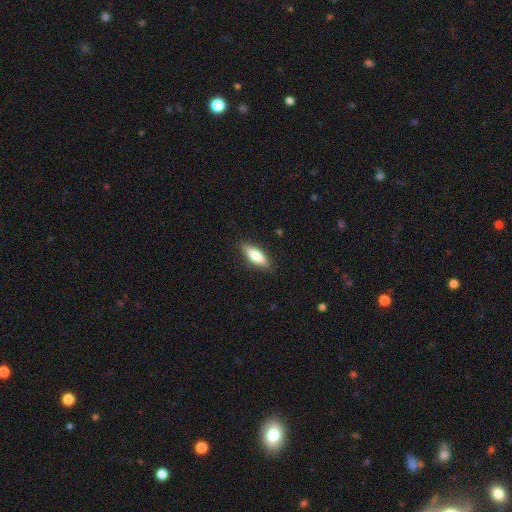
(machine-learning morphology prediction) A smooth galaxy with no disk features (76%) that is in between round and cigar-shaped (58%).

Vote fractions:
- Smooth or featured? smooth: 76% / featured or disk: 18% / star or artifact: 6%
- How rounded? in between: 58% / cigar-shaped: 40% / round: 2%
- Merging? none: 86% / minor disturbance: 11% / major disturbance: 2% / merger: 1%